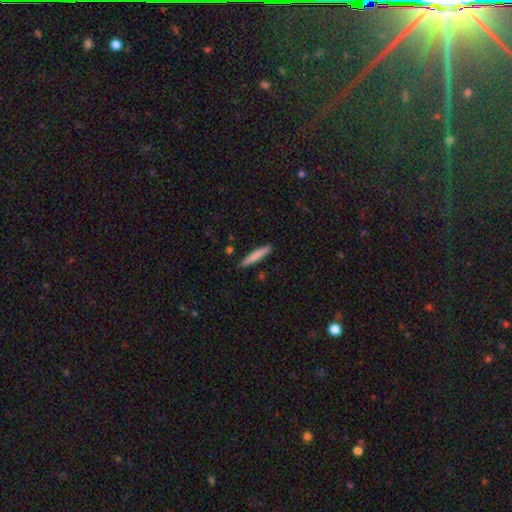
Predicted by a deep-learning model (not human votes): smooth_or_featured: smooth (p=0.78) [alt: featured or disk p=0.17]
how_rounded: cigar-shaped (p=0.93) [alt: in between p=0.05]
merging: none (p=0.88) [alt: minor disturbance p=0.08]